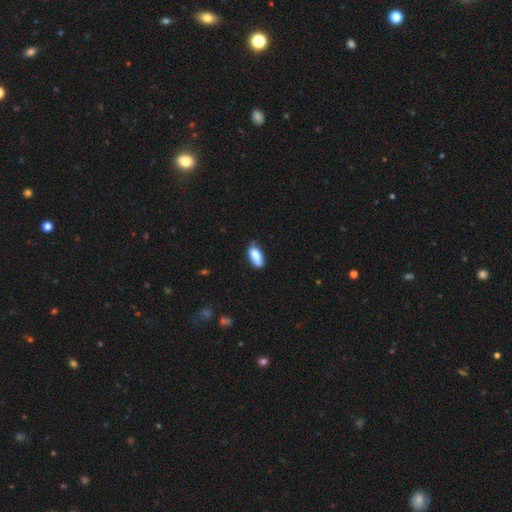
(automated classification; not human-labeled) Smooth or featured: smooth — 85% (featured or disk — 8%)
How rounded: in between — 86% (cigar-shaped — 12%)
Merging: none — 69% (minor disturbance — 25%)